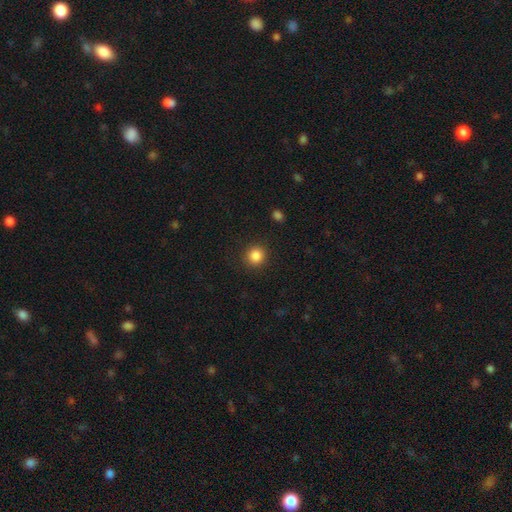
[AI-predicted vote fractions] Smooth or featured: smooth — 86% (star or artifact — 11%)
How rounded: round — 92% (in between — 7%)
Merging: none — 91% (minor disturbance — 6%)